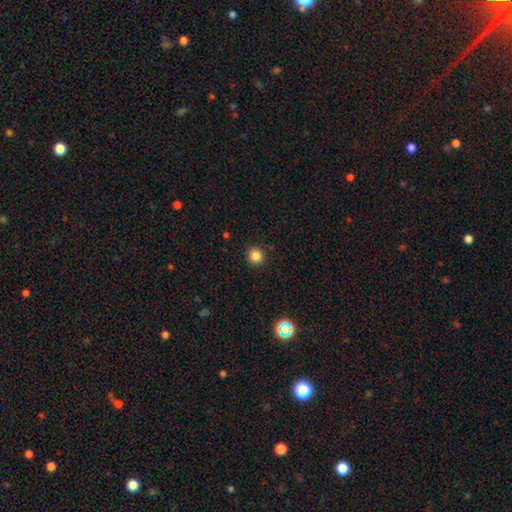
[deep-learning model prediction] Smooth or featured? smooth (84%)
How rounded? round (94%)
Merging? none (90%)